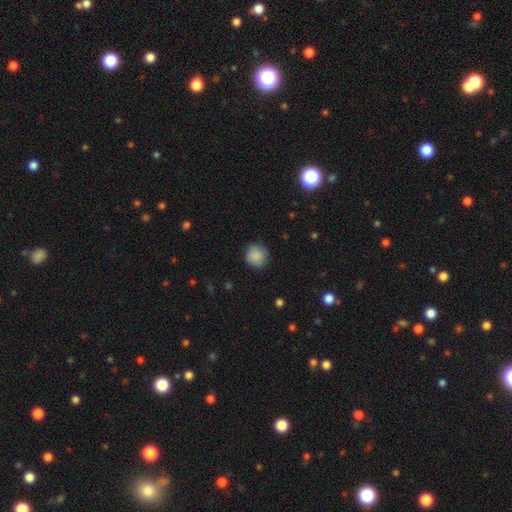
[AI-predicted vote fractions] Q: Smooth or featured?
A: smooth (87%); runner-up: star or artifact (7%)
Q: How rounded?
A: round (91%); runner-up: in between (8%)
Q: Merging?
A: none (83%); runner-up: minor disturbance (12%)